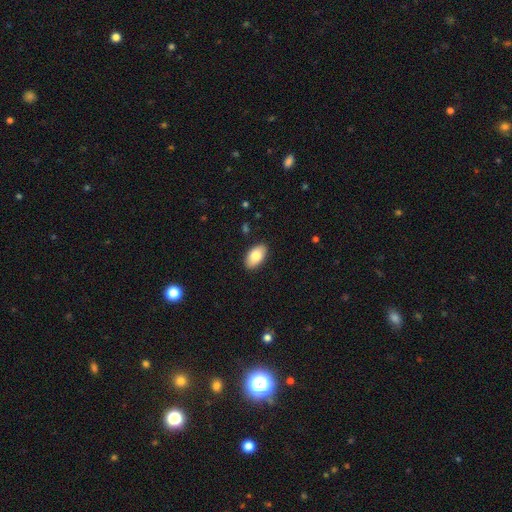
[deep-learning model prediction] The model was most divided on "smooth or featured": smooth: 82%, featured or disk: 12%, star or artifact: 6%. More confident: how rounded — in between (95%); merging — none (89%).